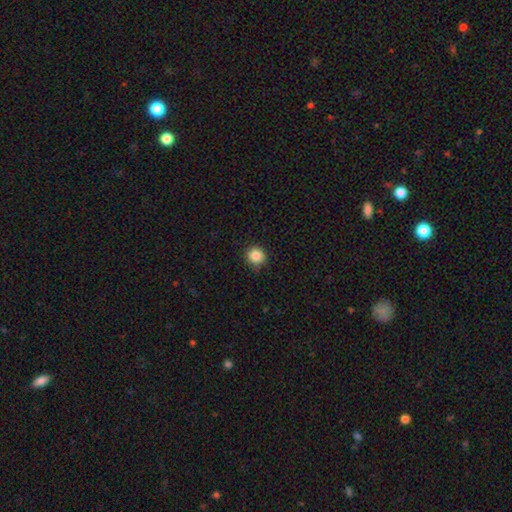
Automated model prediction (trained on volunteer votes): This is clearly a smooth galaxy (86%). How rounded: clearly round (91%). Merging: clearly none (84%).